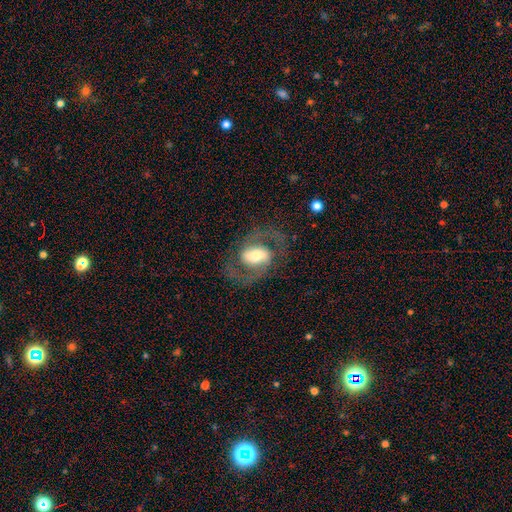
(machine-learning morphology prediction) The model was most divided on "bar": weak: 40%, strong: 35%, no: 24%. More confident: edge-on disk — no (97%); spiral arm count — 2 (92%); spiral arms — yes (91%); smooth or featured — featured or disk (82%); merging — none (76%); spiral winding — medium (59%); bulge size — moderate (57%).